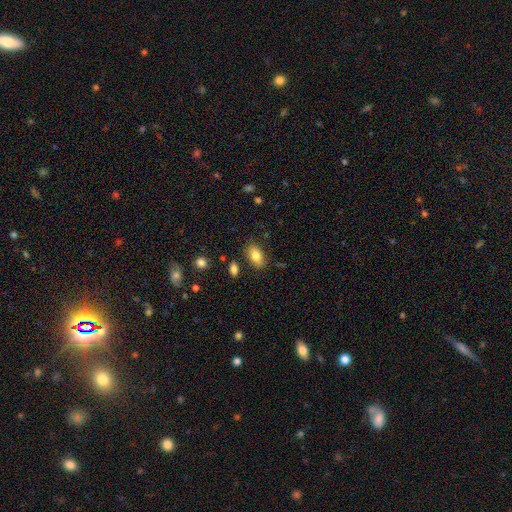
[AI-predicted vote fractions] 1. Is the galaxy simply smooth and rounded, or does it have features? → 82% smooth, 10% featured or disk, 8% star or artifact.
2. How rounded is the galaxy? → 90% in between, 7% round, 3% cigar-shaped.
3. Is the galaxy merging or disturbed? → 81% none, 13% minor disturbance, 3% merger, 3% major disturbance.